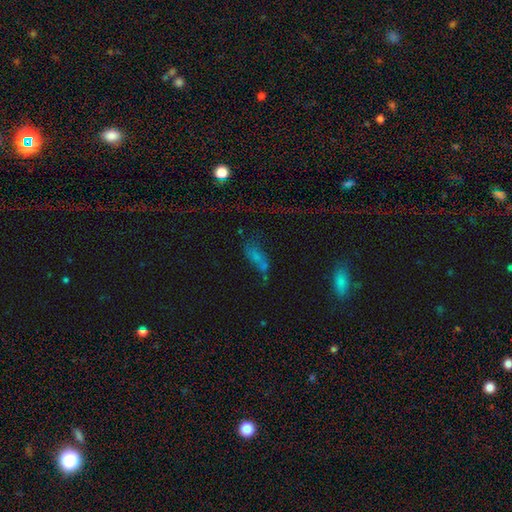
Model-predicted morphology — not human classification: smooth 50%, star or artifact 26%, featured or disk 23%. Down the decision tree: how rounded — in between (62%); merging — none (40%).